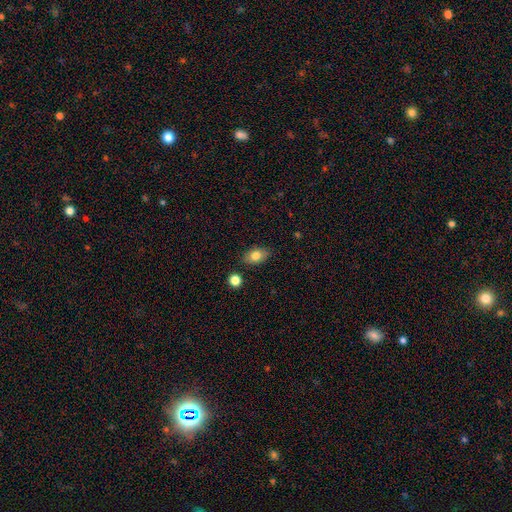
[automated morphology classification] smooth_or_featured: smooth (p=0.79) [alt: featured or disk p=0.12]
how_rounded: in between (p=0.85) [alt: round p=0.13]
merging: none (p=0.84) [alt: minor disturbance p=0.11]